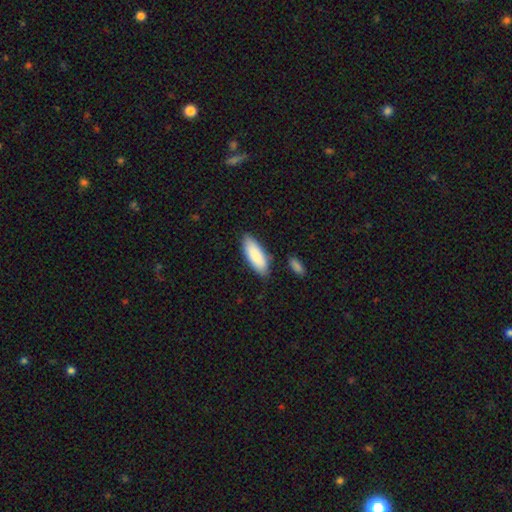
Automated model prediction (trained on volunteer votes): Morphology: type=smooth (87%); roundness=in between (74%); merging=none (79%).